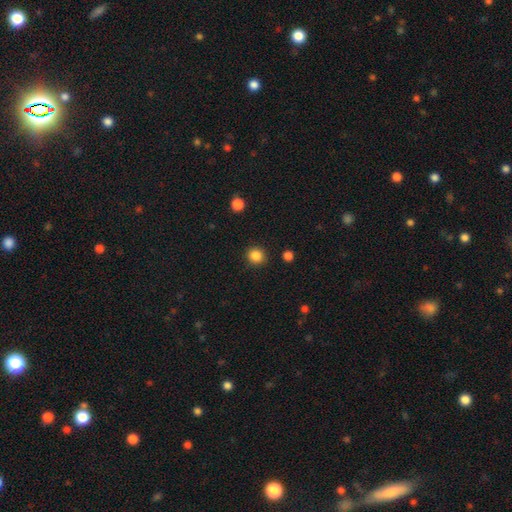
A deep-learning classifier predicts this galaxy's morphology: Smooth or featured? Predicted: smooth (p=0.86). How rounded? Predicted: round (p=0.92). Merging? Predicted: none (p=0.91).